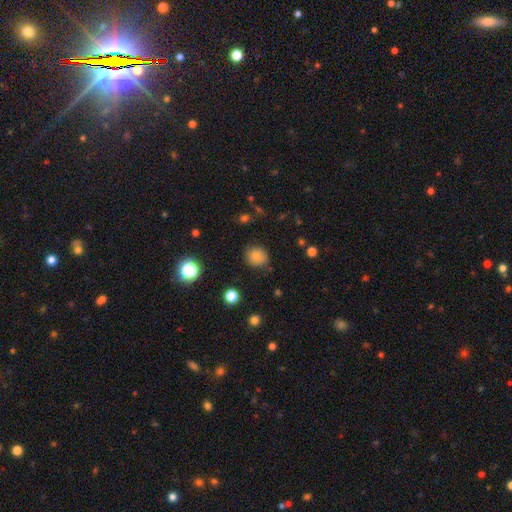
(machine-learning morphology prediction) The model was most divided on "how rounded": round: 80%, in between: 19%, cigar-shaped: 1%. More confident: merging — none (82%); smooth or featured — smooth (80%).